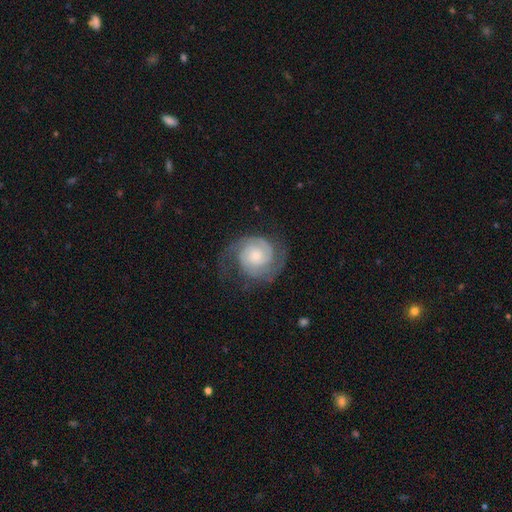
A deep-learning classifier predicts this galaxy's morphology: smooth-or-featured: featured or disk: 85% | smooth: 10% | star or artifact: 5%
  disk-edge-on: no: 98% | yes: 2%
    bar: no: 72% | weak: 24% | strong: 4%
    has-spiral-arms: yes: 97% | no: 3%
      spiral-winding: tight: 57% | medium: 34% | loose: 9%
      spiral-arm-count: 2: 75% | can't tell: 8% | 3: 8% | 1: 4% | 4: 2% | more than 4: 2%
    bulge-size: small: 54% | moderate: 34% | large: 6% | none: 5% | dominant: 2%
  merging: none: 68% | minor disturbance: 17% | major disturbance: 13% | merger: 1%